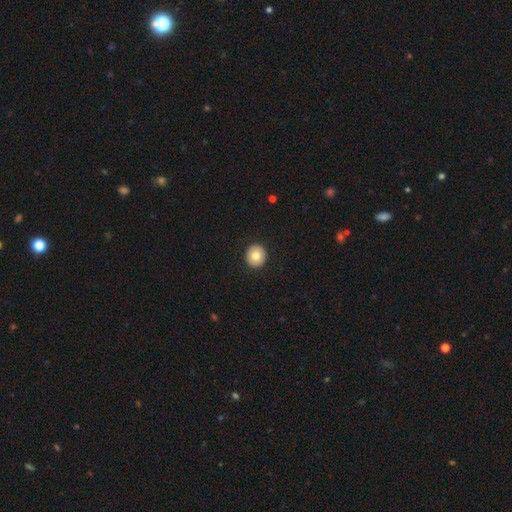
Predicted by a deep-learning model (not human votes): Smooth or featured: smooth — 78% (featured or disk — 14%)
How rounded: round — 92% (in between — 7%)
Merging: none — 93% (minor disturbance — 5%)